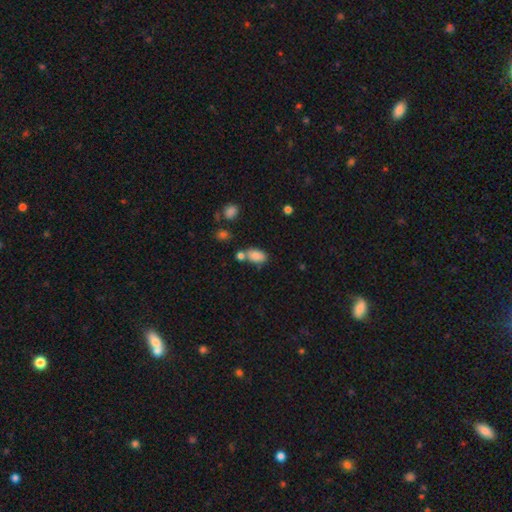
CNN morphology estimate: type=smooth (85%); roundness=in between (90%); merging=none (56%).